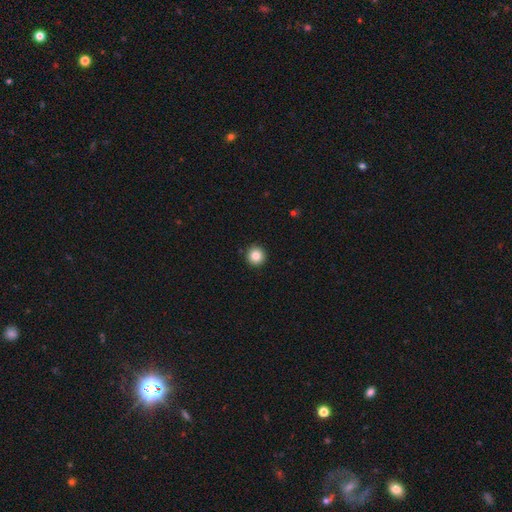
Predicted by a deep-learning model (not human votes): smooth_or_featured: smooth (p=0.85) [alt: star or artifact p=0.10]
how_rounded: round (p=0.96) [alt: in between p=0.03]
merging: none (p=0.93) [alt: minor disturbance p=0.05]